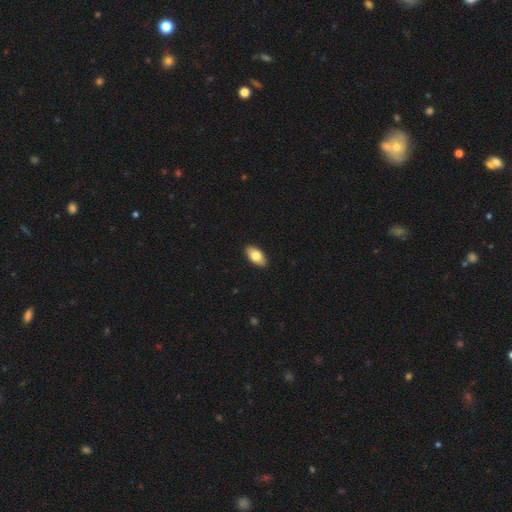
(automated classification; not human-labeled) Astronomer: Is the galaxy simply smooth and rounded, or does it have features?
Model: smooth — 79%.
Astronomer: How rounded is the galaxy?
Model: in between — 92%.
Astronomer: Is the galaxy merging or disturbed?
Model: none — 91%.